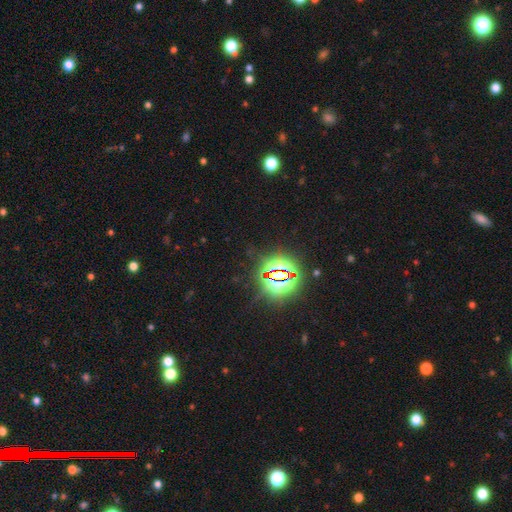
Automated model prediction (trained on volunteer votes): This is clearly a star or artifact rather than a galaxy (81%).